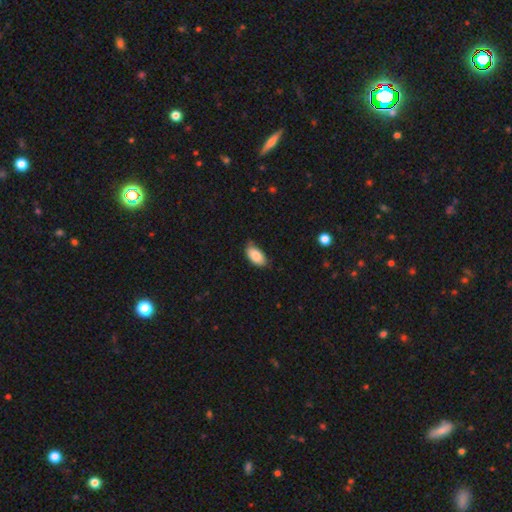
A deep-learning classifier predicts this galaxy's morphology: A smooth galaxy with no disk features (86%) that is in between round and cigar-shaped (94%). Merging: none (73%).